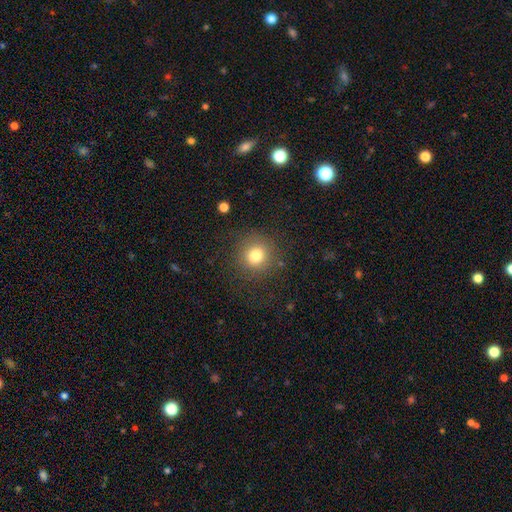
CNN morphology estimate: A smooth galaxy with no disk features (78%) that is round (93%).

Vote fractions:
- Smooth or featured? smooth: 78% / star or artifact: 13% / featured or disk: 8%
- How rounded? round: 93% / in between: 6% / cigar-shaped: 1%
- Merging? none: 86% / minor disturbance: 8% / major disturbance: 5% / merger: 1%